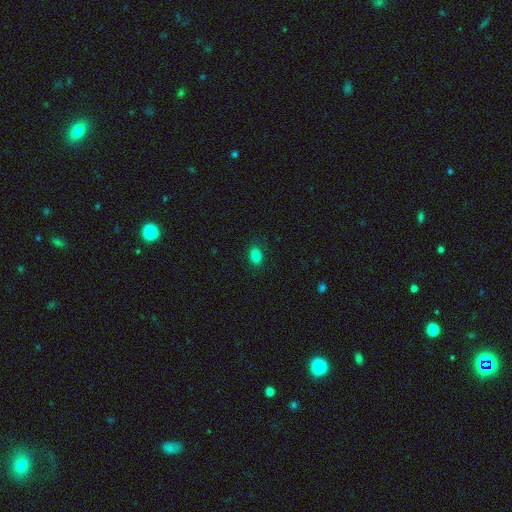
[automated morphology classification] Smooth or featured? smooth (84%)
How rounded? in between (86%)
Merging? none (86%)